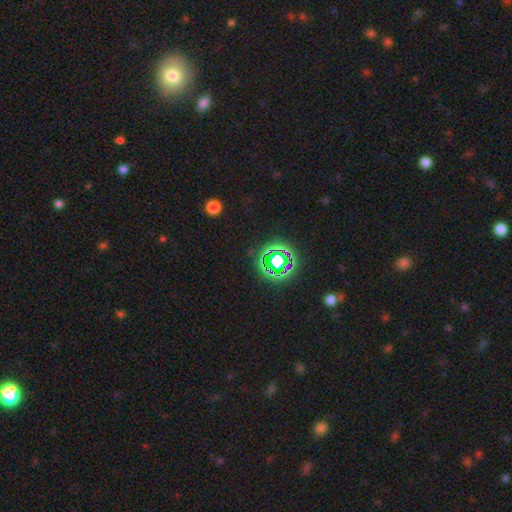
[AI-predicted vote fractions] Smooth or featured: star or artifact — 70% (smooth — 22%)